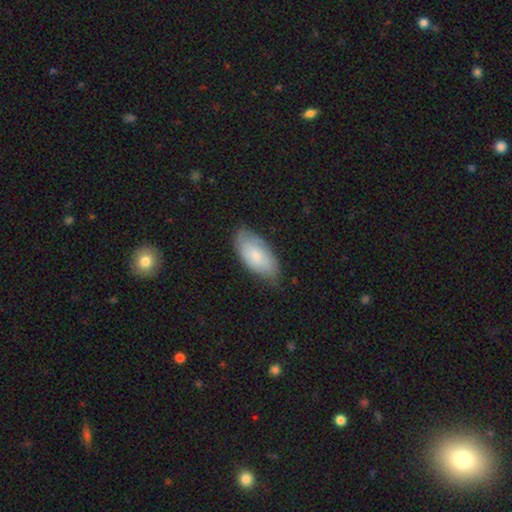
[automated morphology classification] Q: Smooth or featured?
A: smooth (66%); runner-up: featured or disk (28%)
Q: How rounded?
A: in between (92%); runner-up: cigar-shaped (6%)
Q: Merging?
A: none (69%); runner-up: minor disturbance (25%)